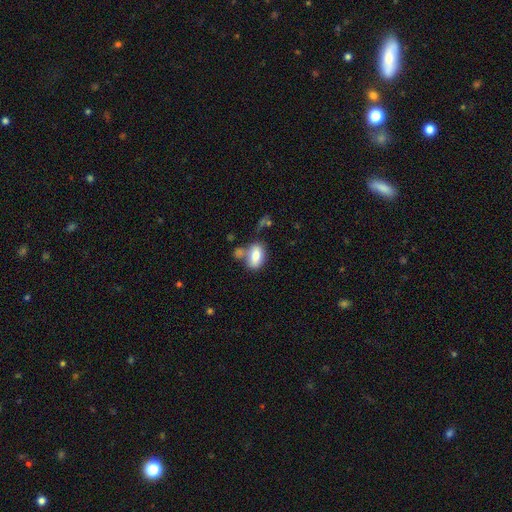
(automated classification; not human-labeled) smooth 76%, featured or disk 16%, star or artifact 8%. Down the decision tree: how rounded — in between (89%); merging — none (51%).